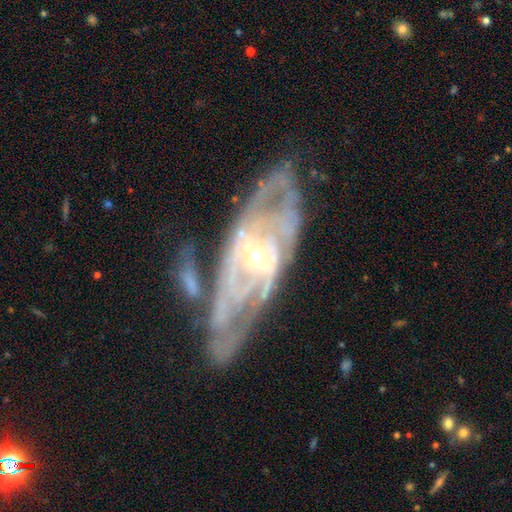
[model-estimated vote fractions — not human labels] Morphology: type=featured or disk (86%); edge-on=no (88%); bar=no (46%); spiral arms=yes (90%); winding=tight (61%); arm count=can't tell (43%); bulge=small (74%); merging=none (57%).